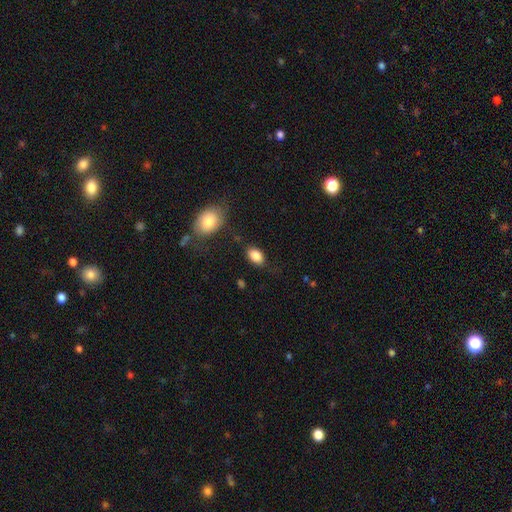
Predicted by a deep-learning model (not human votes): smooth-or-featured: smooth: 86% | star or artifact: 8% | featured or disk: 6%
  how-rounded: in between: 88% | round: 11% | cigar-shaped: 2%
  merging: none: 75% | minor disturbance: 16% | major disturbance: 5% | merger: 3%